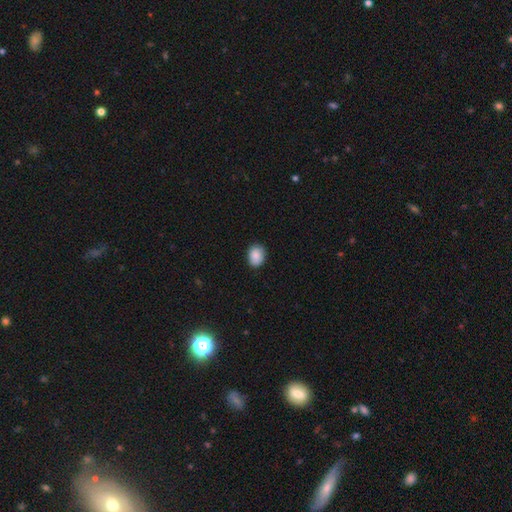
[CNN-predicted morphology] Smooth or featured? Predicted: smooth (p=0.88). How rounded? Predicted: in between (p=0.58). Merging? Predicted: none (p=0.85).